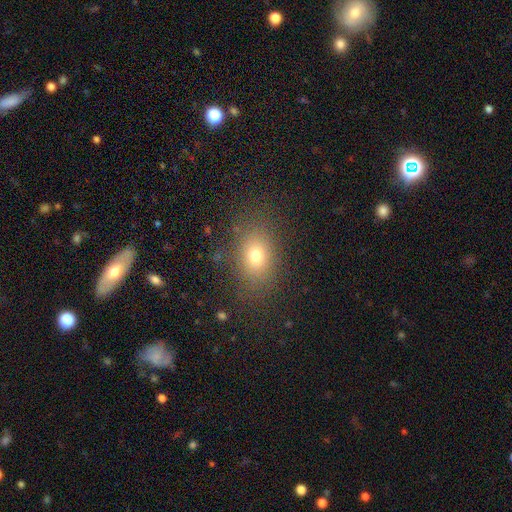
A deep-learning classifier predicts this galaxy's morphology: Smooth or featured? Predicted: smooth (p=0.73). How rounded? Predicted: in between (p=0.65). Merging? Predicted: none (p=0.81).